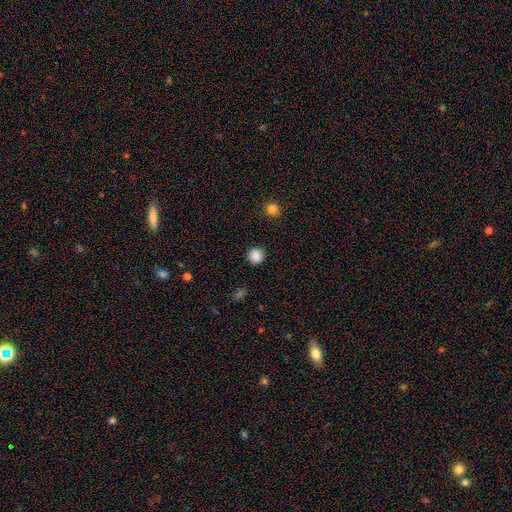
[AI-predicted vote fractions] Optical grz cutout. It shows a smooth galaxy with no disk features (87%) that is round (92%). Merging: none (90%).